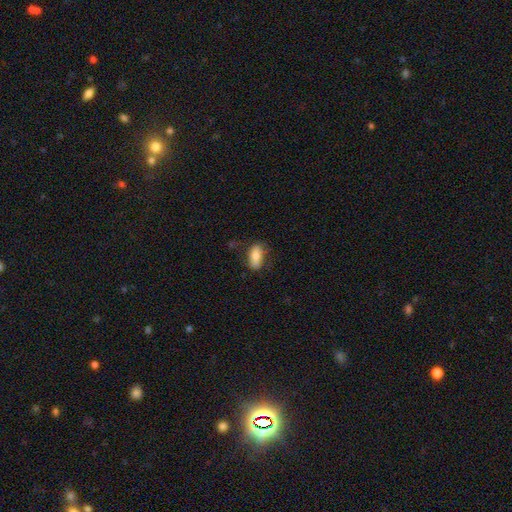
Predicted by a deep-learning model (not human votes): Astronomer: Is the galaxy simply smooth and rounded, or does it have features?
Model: smooth — 75%.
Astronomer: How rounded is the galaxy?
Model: in between — 87%.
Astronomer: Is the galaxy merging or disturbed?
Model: none — 70%.